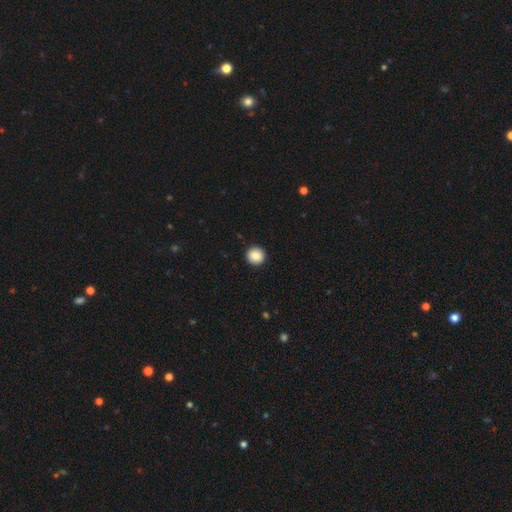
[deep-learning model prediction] smooth-or-featured: smooth: 87% | star or artifact: 8% | featured or disk: 4%
  how-rounded: round: 95% | in between: 4% | cigar-shaped: 1%
  merging: none: 94% | minor disturbance: 4% | major disturbance: 1% | merger: 1%